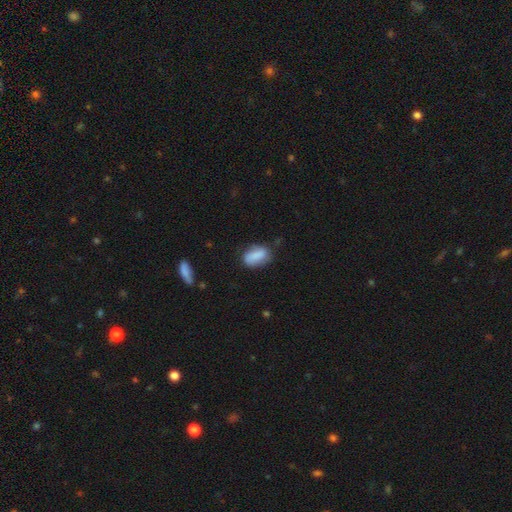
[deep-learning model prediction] Smooth or featured? Predicted: smooth (p=0.80). How rounded? Predicted: in between (p=0.87). Merging? Predicted: none (p=0.67).